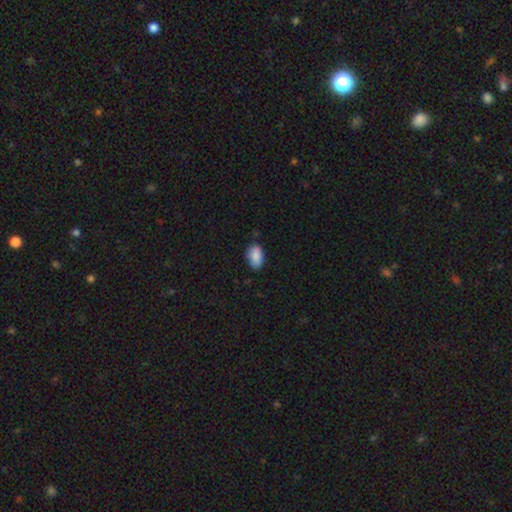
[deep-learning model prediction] Smooth or featured?
  - smooth: 88% *
  - star or artifact: 7%
  - featured or disk: 5%
How rounded?
  - in between: 90% *
  - round: 8%
  - cigar-shaped: 2%
Merging?
  - none: 70% *
  - minor disturbance: 25%
  - major disturbance: 4%
  - merger: 2%